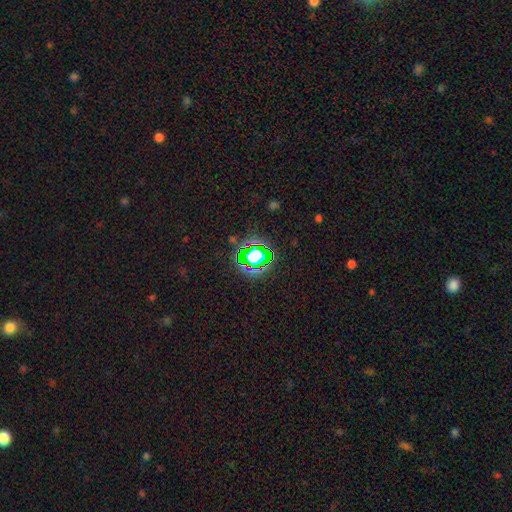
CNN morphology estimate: type=star or artifact (67%).